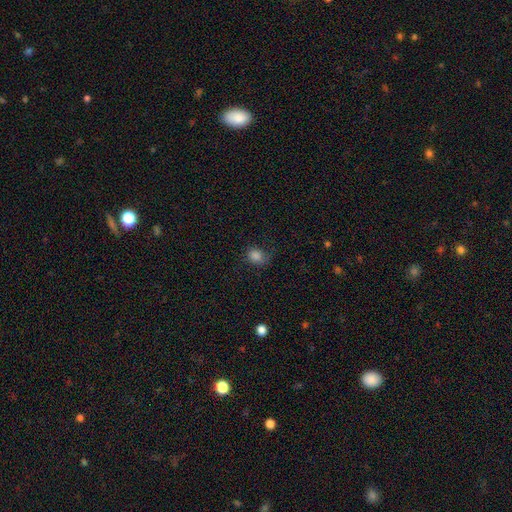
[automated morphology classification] A smooth galaxy with no disk features (81%) that is round (58%). Merging: none (60%).